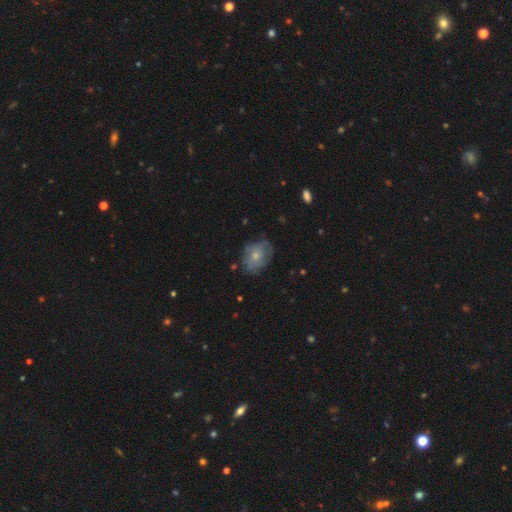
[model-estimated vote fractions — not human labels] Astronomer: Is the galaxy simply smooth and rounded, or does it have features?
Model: smooth — 53% (runner-up: featured or disk, 39%).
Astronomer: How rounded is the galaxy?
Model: in between — 59% (runner-up: round, 40%).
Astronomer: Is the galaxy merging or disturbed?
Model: none — 62%.